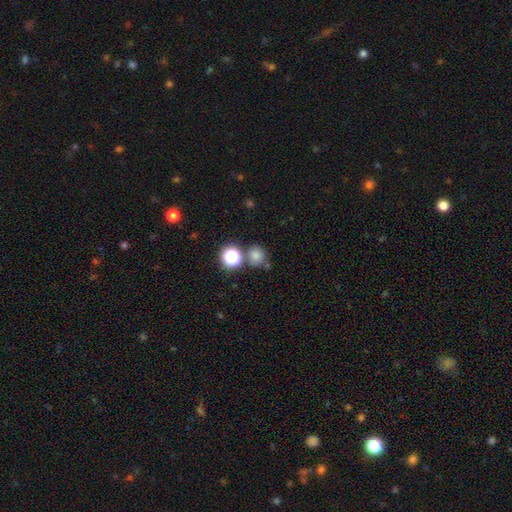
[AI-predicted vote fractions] smooth 73%, star or artifact 20%, featured or disk 7%. Down the decision tree: how rounded — round (82%); merging — none (67%).